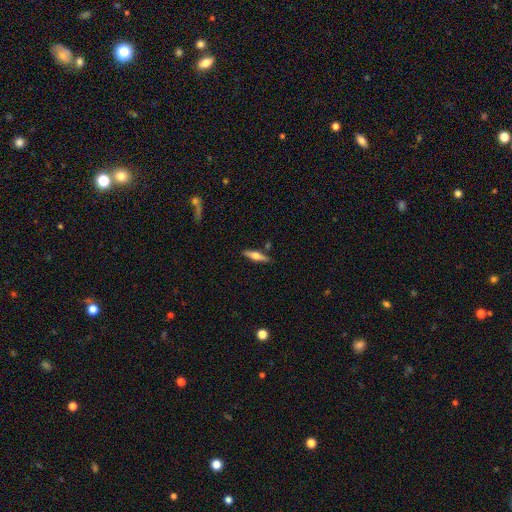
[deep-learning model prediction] Smooth or featured? Predicted: featured or disk (p=0.50). Edge-on disk? Predicted: yes (p=0.94). Merging? Predicted: none (p=0.83).